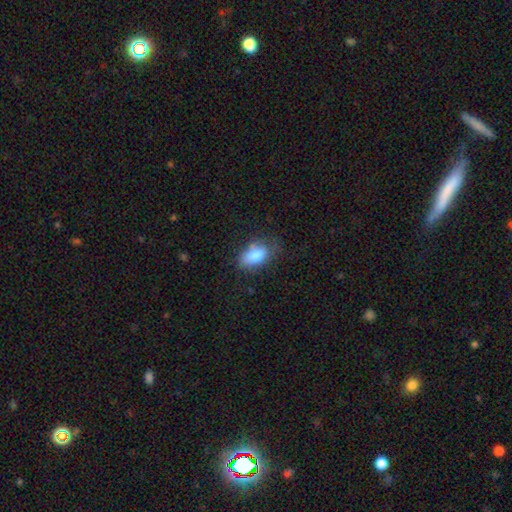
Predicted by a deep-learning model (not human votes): Smooth or featured? Predicted: smooth (p=0.81). How rounded? Predicted: in between (p=0.90). Merging? Predicted: none (p=0.59).